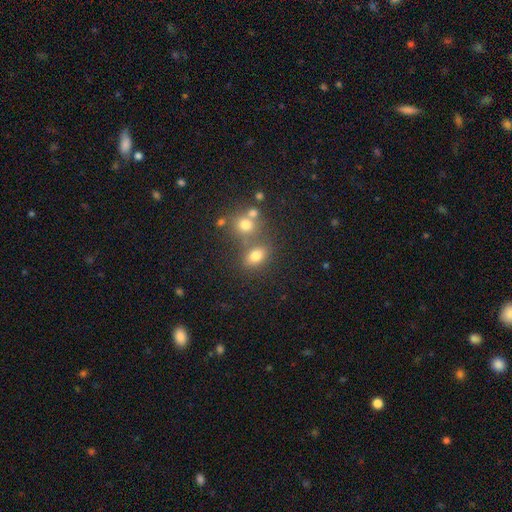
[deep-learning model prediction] A smooth galaxy with no disk features (76%) that is in between round and cigar-shaped (67%). Merging: none (57%).